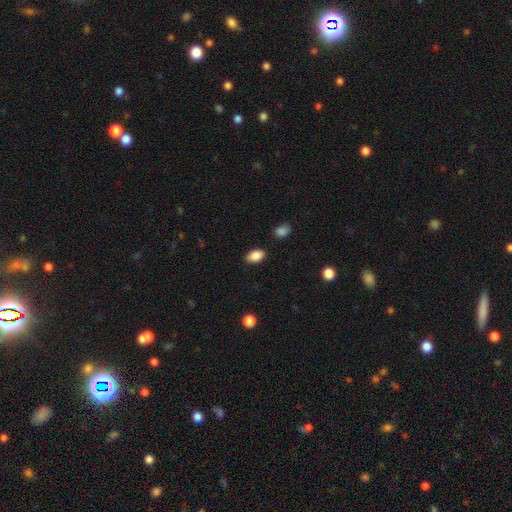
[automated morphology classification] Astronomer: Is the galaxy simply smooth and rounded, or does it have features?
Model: smooth — 87%.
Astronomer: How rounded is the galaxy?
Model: in between — 89%.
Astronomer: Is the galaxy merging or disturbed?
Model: none — 86%.